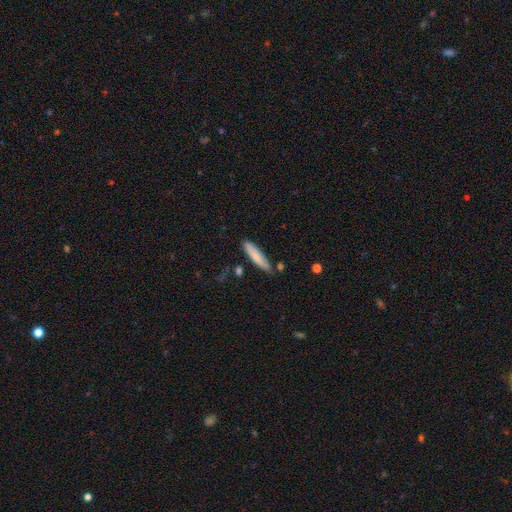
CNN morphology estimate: smooth 75%, featured or disk 19%, star or artifact 6%. Down the decision tree: how rounded — cigar-shaped (81%); merging — none (78%).